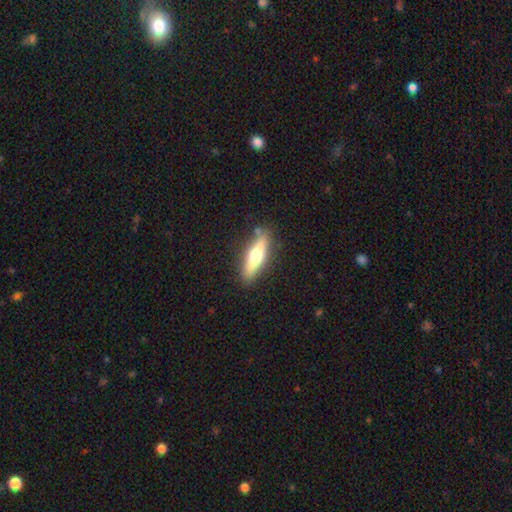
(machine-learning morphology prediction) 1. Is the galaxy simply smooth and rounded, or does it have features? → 50% smooth, 44% featured or disk, 6% star or artifact.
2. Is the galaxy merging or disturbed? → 84% none, 11% minor disturbance, 3% merger, 2% major disturbance.